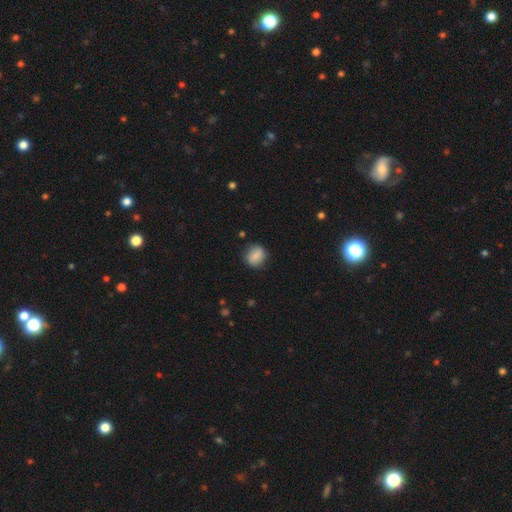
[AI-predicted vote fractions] A smooth galaxy with no disk features (78%) that is round (74%). Merging: none (82%).